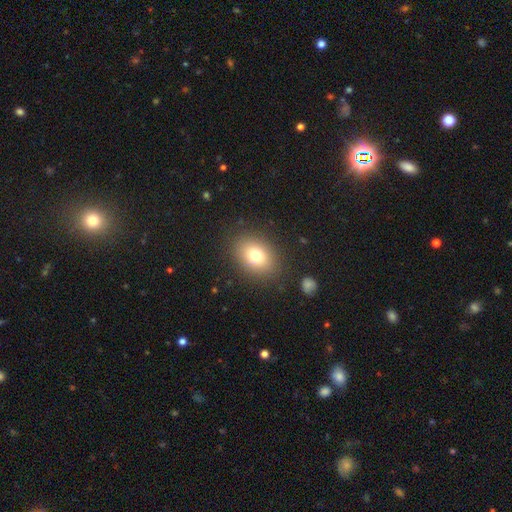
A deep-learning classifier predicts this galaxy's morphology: smooth-or-featured: smooth: 76% | featured or disk: 13% | star or artifact: 11%
  how-rounded: in between: 67% | round: 32% | cigar-shaped: 1%
  merging: none: 85% | minor disturbance: 9% | major disturbance: 4% | merger: 2%